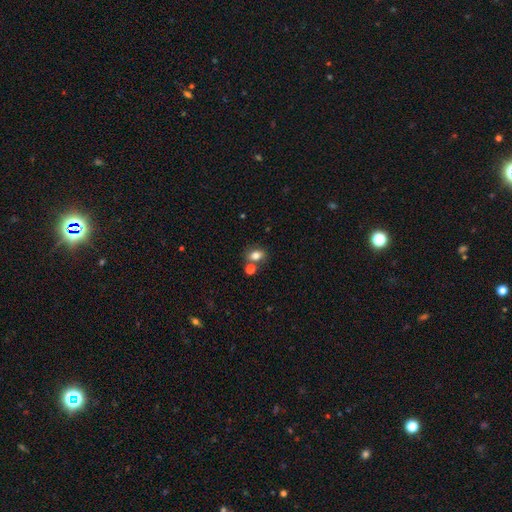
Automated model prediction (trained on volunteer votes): The model was most divided on "how rounded": in between: 63%, round: 35%, cigar-shaped: 1%. More confident: smooth or featured — smooth (78%); merging — none (61%).